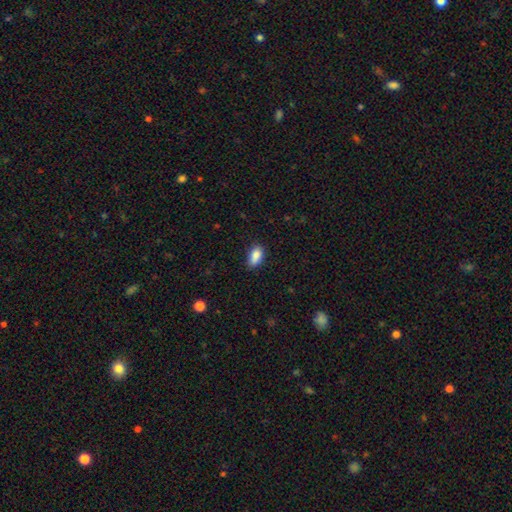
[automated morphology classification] A smooth galaxy with no disk features (87%) that is in between round and cigar-shaped (89%).

Vote fractions:
- Smooth or featured? smooth: 87% / star or artifact: 8% / featured or disk: 5%
- How rounded? in between: 89% / cigar-shaped: 5% / round: 5%
- Merging? none: 76% / minor disturbance: 19% / major disturbance: 3% / merger: 2%